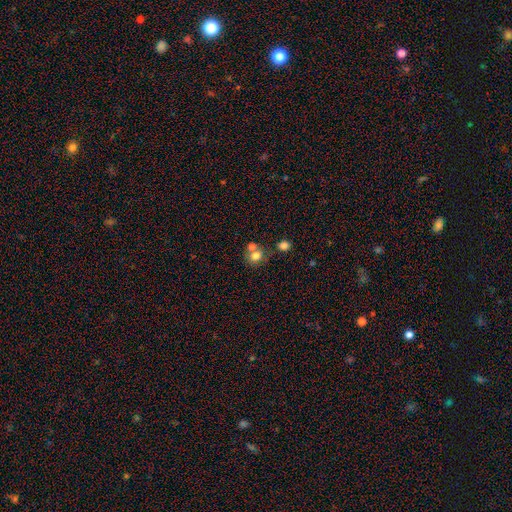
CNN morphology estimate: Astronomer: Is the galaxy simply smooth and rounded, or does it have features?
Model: smooth — 76%.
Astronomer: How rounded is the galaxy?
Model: round — 73%.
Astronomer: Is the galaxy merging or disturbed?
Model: none — 50% (runner-up: merger, 35%).